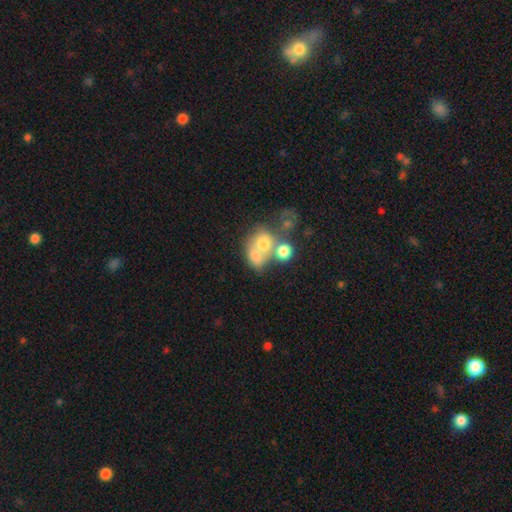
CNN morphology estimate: This appears to be a smooth galaxy with no disk features (61%) that is round (55%). Merging: merger (56%).